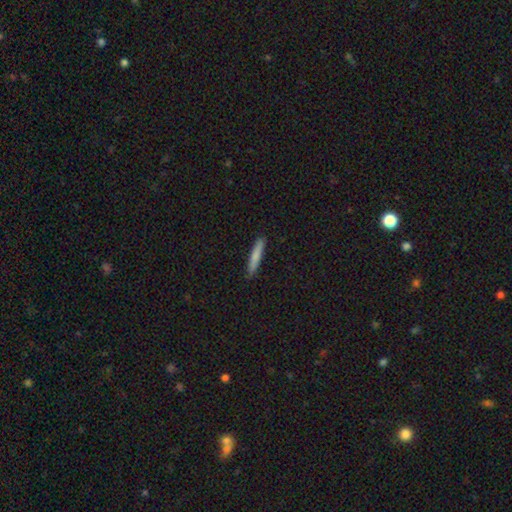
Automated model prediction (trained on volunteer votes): Q: Smooth or featured?
A: smooth (79%); runner-up: featured or disk (15%)
Q: How rounded?
A: cigar-shaped (93%); runner-up: in between (6%)
Q: Merging?
A: none (90%); runner-up: minor disturbance (8%)